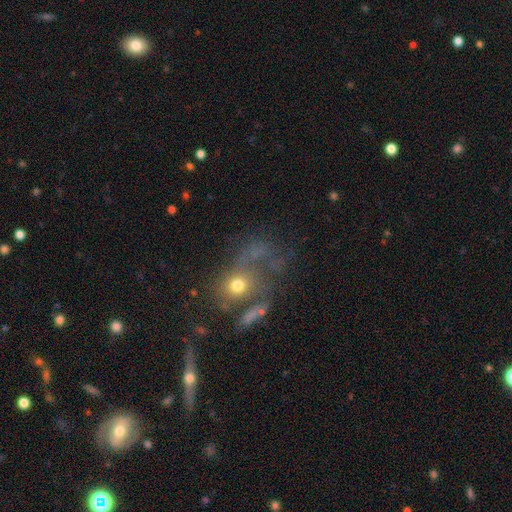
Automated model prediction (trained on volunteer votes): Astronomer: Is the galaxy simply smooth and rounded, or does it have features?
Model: featured or disk — 47% (runner-up: smooth, 31%).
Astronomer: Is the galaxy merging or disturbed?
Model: major disturbance — 32% (runner-up: none, 30%).